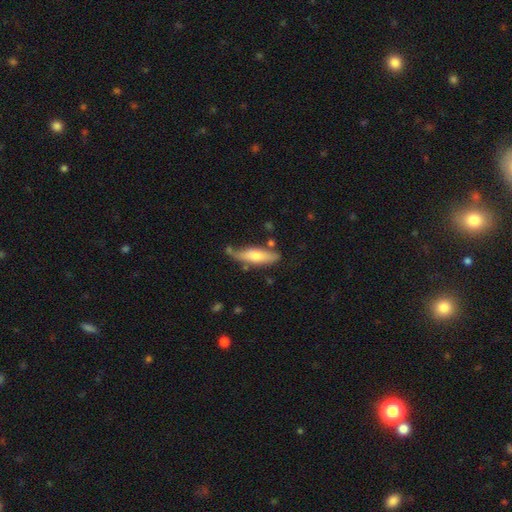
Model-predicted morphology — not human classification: smooth-or-featured: smooth: 56% | featured or disk: 38% | star or artifact: 6%
  how-rounded: cigar-shaped: 66% | in between: 32% | round: 2%
  merging: none: 67% | minor disturbance: 22% | merger: 7% | major disturbance: 5%